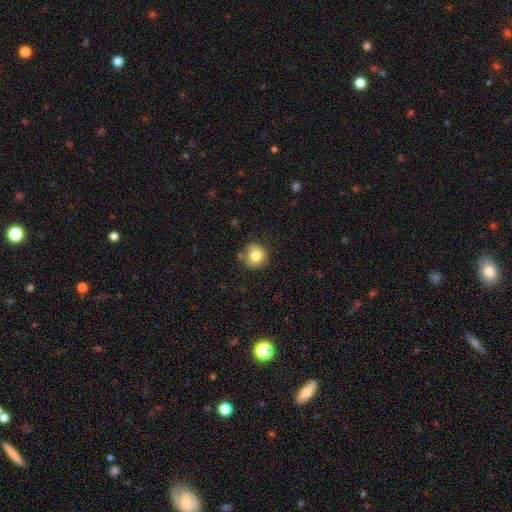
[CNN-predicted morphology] Smooth or featured? smooth (81%)
How rounded? round (90%)
Merging? none (77%)